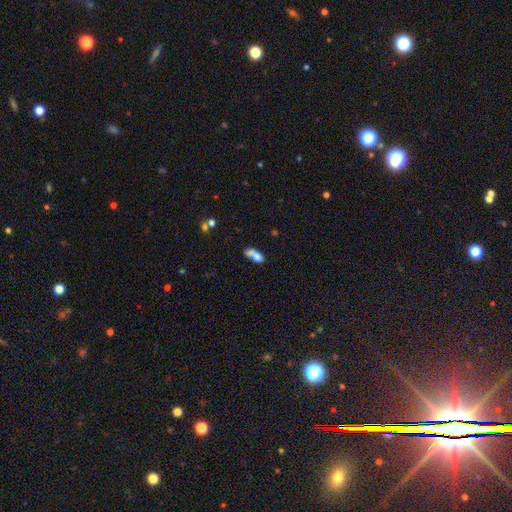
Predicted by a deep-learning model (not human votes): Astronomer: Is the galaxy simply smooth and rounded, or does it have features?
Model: smooth — 69%.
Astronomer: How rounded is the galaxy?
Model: in between — 74%.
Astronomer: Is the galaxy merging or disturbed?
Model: merger — 59%.